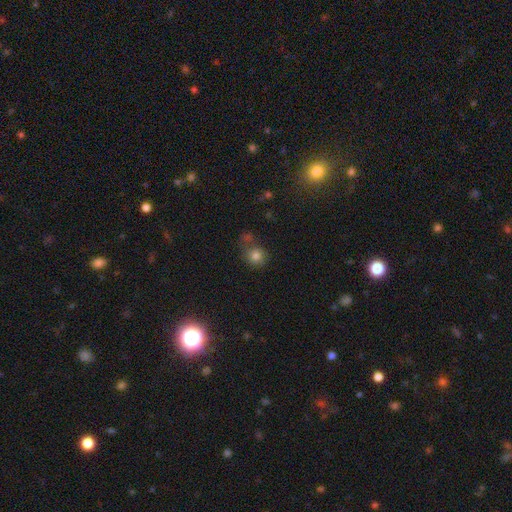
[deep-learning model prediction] The model was most divided on "merging": none: 49%, merger: 26%, minor disturbance: 16%, major disturbance: 10%. More confident: how rounded — round (80%); smooth or featured — smooth (78%).